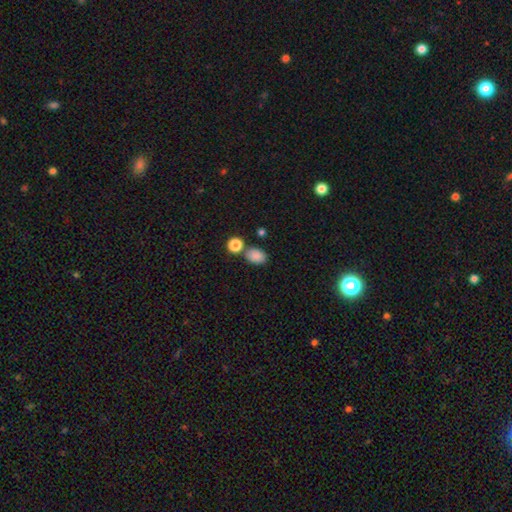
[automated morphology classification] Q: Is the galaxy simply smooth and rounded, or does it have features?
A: smooth — 85%.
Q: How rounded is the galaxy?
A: in between — 78%.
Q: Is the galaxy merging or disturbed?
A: none — 70%.